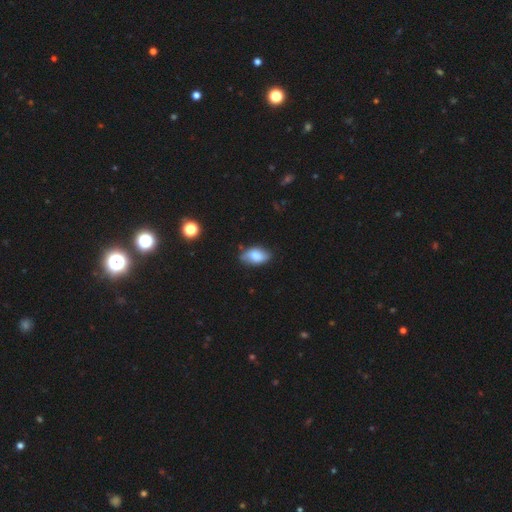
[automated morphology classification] Smooth or featured? Predicted: smooth (p=0.70). How rounded? Predicted: in between (p=0.91). Merging? Predicted: none (p=0.71).